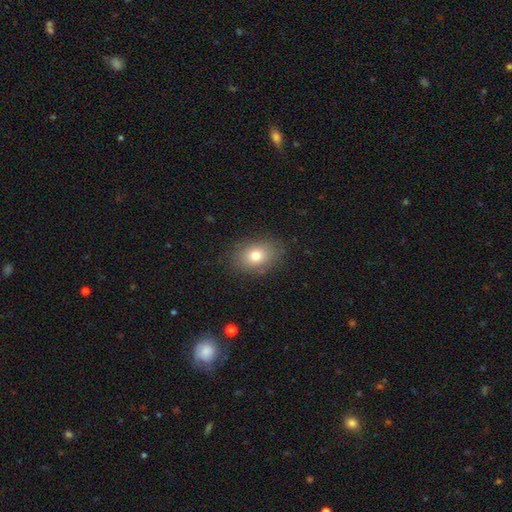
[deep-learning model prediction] Smooth or featured? smooth (78%)
How rounded? in between (71%)
Merging? none (85%)